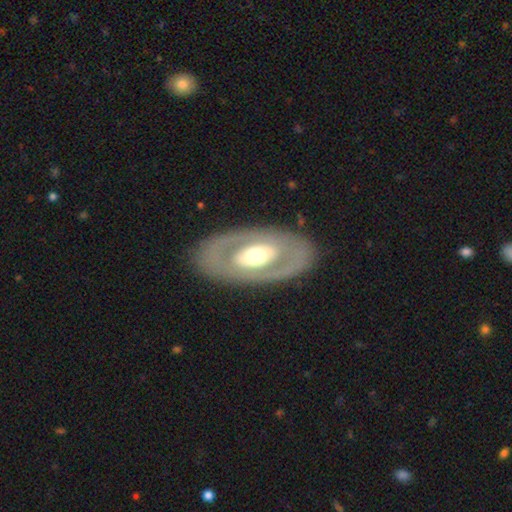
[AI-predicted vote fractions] Smooth or featured? featured or disk (66%)
Edge-on disk? no (89%)
Bar? no (75%)
Spiral arms? no (84%)
Bulge size? moderate (63%)
Merging? none (84%)